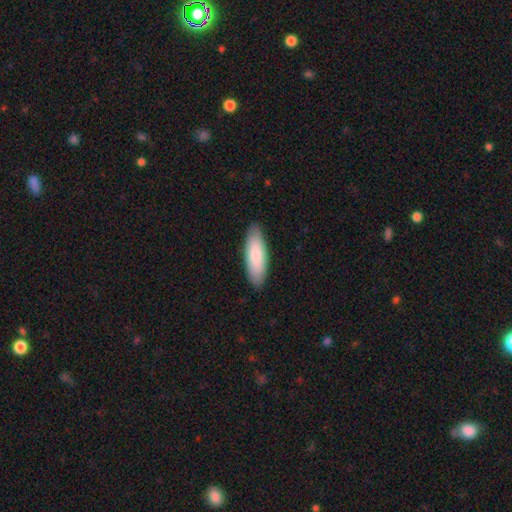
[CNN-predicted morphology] Q: Smooth or featured?
A: smooth (84%); runner-up: featured or disk (11%)
Q: How rounded?
A: in between (59%); runner-up: cigar-shaped (39%)
Q: Merging?
A: none (88%); runner-up: minor disturbance (9%)